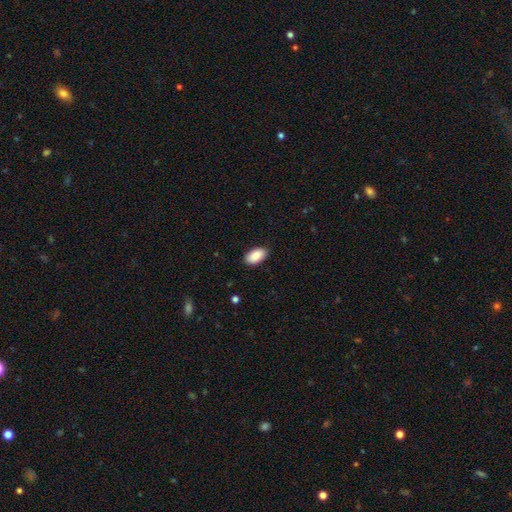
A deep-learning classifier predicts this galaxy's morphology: Smooth or featured? smooth (89%)
How rounded? in between (95%)
Merging? none (88%)